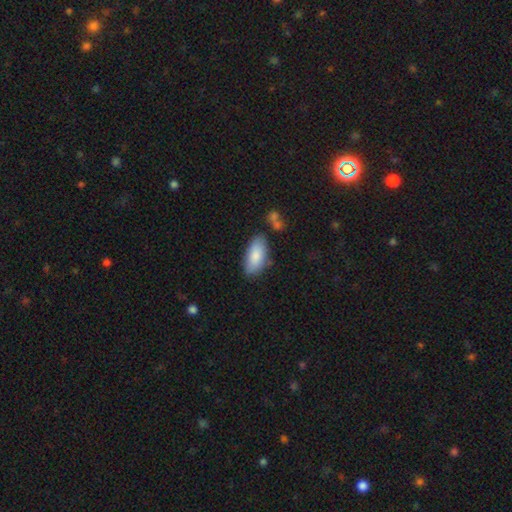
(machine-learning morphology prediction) type=smooth (85%); roundness=in between (90%); merging=none (74%).